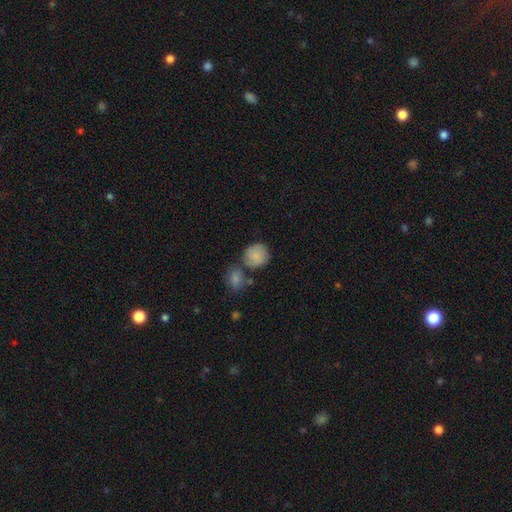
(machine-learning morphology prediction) Smooth or featured? Predicted: smooth (p=0.81). How rounded? Predicted: round (p=0.82). Merging? Predicted: none (p=0.53).